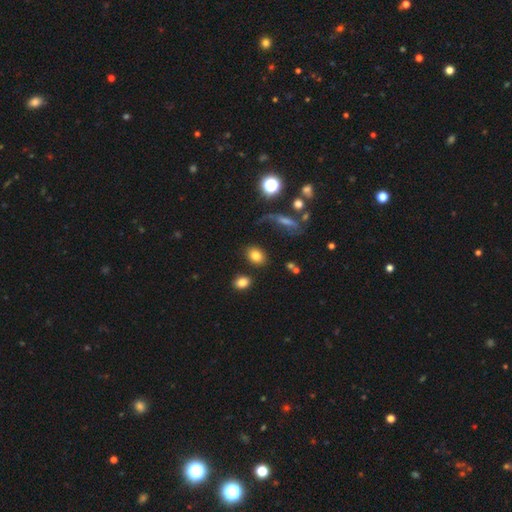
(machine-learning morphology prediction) Smooth or featured? Predicted: smooth (p=0.81). How rounded? Predicted: in between (p=0.64). Merging? Predicted: none (p=0.80).